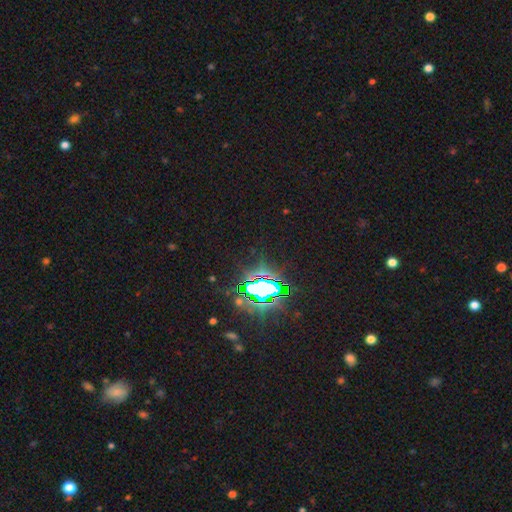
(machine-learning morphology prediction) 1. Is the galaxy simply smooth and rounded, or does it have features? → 84% star or artifact, 9% smooth, 7% featured or disk.